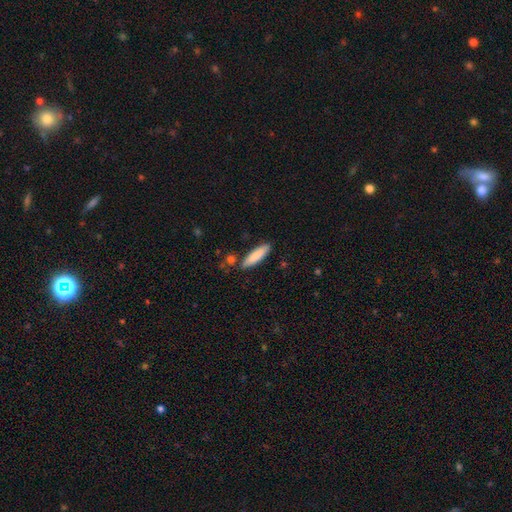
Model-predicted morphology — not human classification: type=smooth (84%); roundness=cigar-shaped (66%); merging=none (84%).